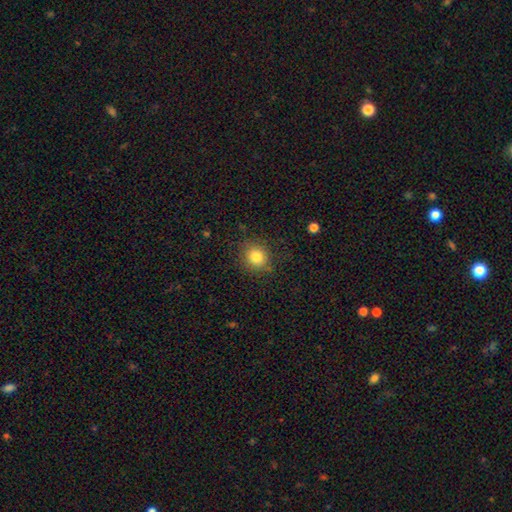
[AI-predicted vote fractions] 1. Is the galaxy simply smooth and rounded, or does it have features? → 81% smooth, 11% star or artifact, 7% featured or disk.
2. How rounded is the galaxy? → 82% round, 17% in between, 1% cigar-shaped.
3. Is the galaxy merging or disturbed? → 83% none, 12% minor disturbance, 4% major disturbance, 1% merger.